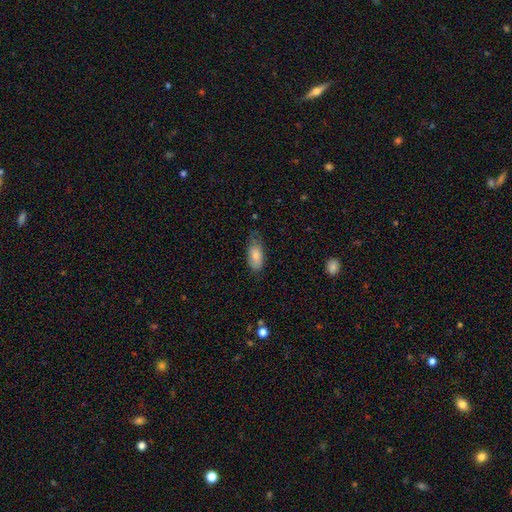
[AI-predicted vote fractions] smooth 82%, featured or disk 11%, star or artifact 7%. Down the decision tree: how rounded — in between (87%); merging — none (58%).